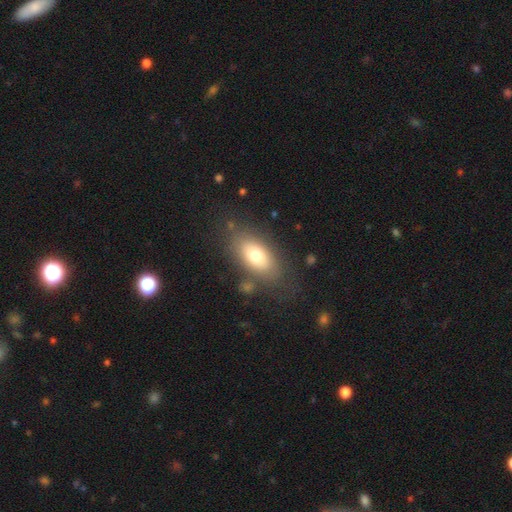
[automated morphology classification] Q: Smooth or featured?
A: smooth (72%); runner-up: featured or disk (20%)
Q: How rounded?
A: in between (88%); runner-up: round (6%)
Q: Merging?
A: none (74%); runner-up: minor disturbance (15%)